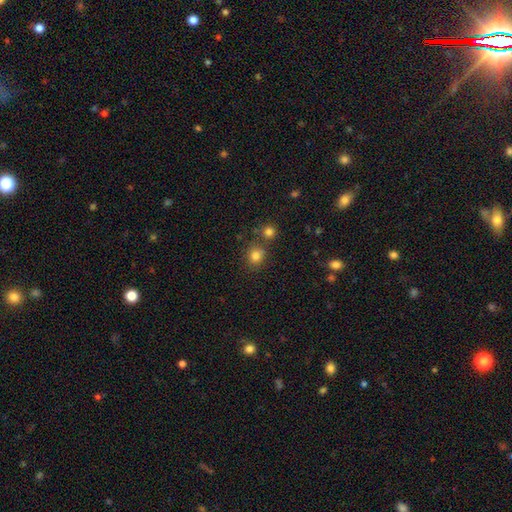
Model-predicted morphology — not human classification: Overall: smooth (81%). How rounded: round (80%). Merging: none (70%).